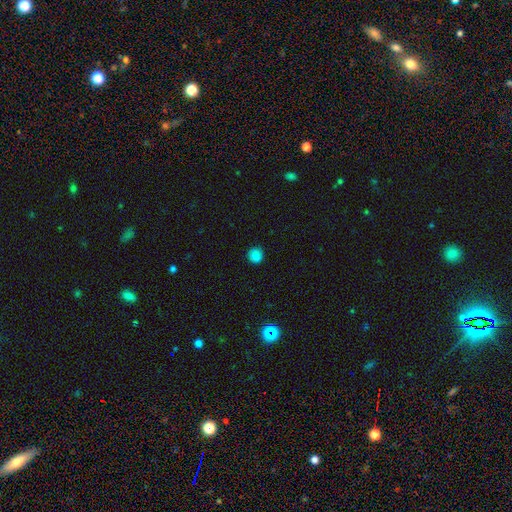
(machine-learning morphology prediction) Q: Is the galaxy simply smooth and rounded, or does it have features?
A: smooth — 82%.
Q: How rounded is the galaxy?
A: round — 89%.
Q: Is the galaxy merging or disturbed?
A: none — 86%.